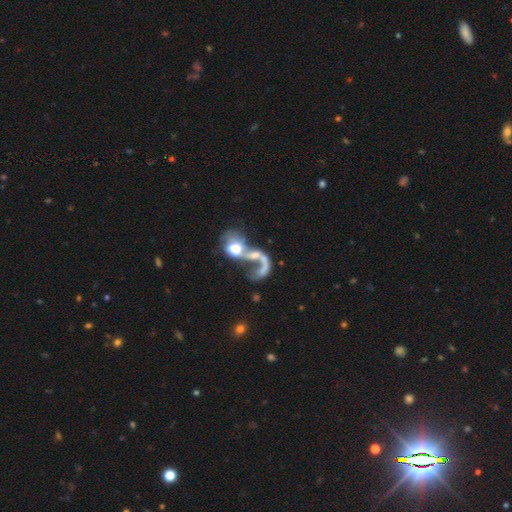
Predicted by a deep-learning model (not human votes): Q: Smooth or featured?
A: featured or disk (57%); runner-up: smooth (31%)
Q: Edge-on disk?
A: no (95%); runner-up: yes (5%)
Q: Bar?
A: no (73%); runner-up: weak (19%)
Q: Spiral arms?
A: yes (53%); runner-up: no (47%)
Q: Bulge size?
A: moderate (41%); runner-up: large (23%)
Q: Merging?
A: merger (63%); runner-up: major disturbance (22%)